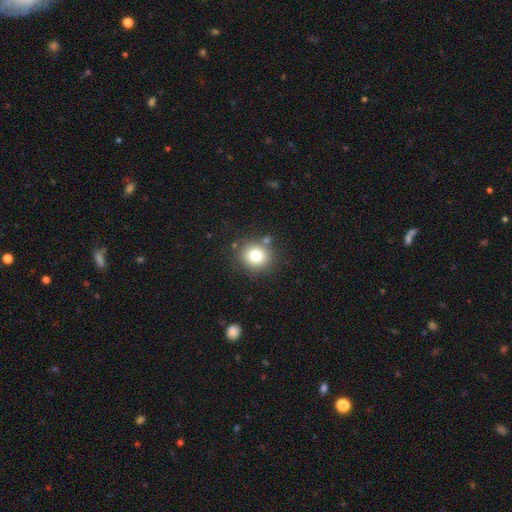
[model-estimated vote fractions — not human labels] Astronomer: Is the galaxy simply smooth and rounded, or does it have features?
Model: smooth — 76%.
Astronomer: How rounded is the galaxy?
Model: round — 85%.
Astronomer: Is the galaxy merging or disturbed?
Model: none — 81%.